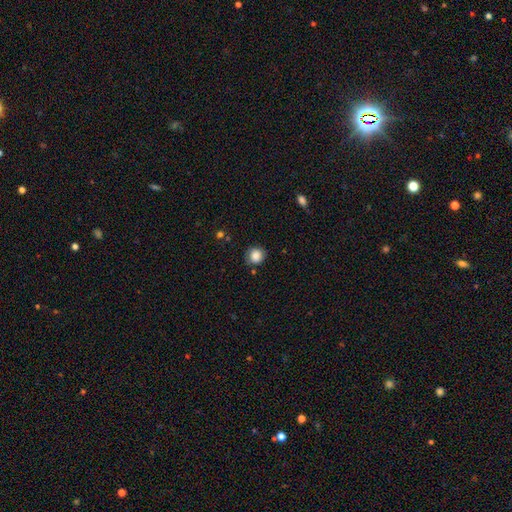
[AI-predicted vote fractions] Smooth or featured: smooth — 84% (star or artifact — 10%)
How rounded: round — 87% (in between — 12%)
Merging: none — 77% (minor disturbance — 17%)